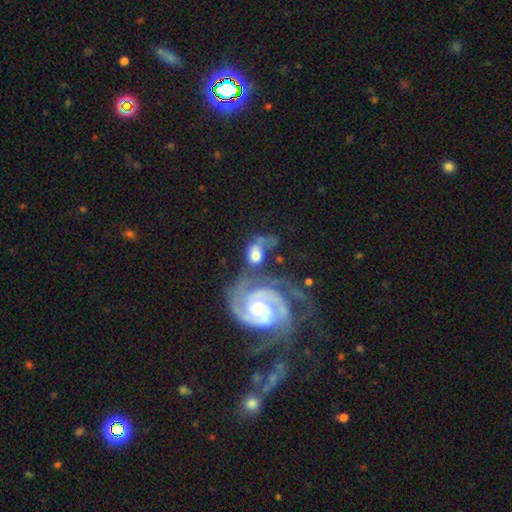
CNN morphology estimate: featured or disk 57%, smooth 36%, star or artifact 8%. Down the decision tree: edge-on disk — no (96%); bar — no (62%); spiral arms — yes (80%); bulge size — moderate (57%); merging — merger (45%).